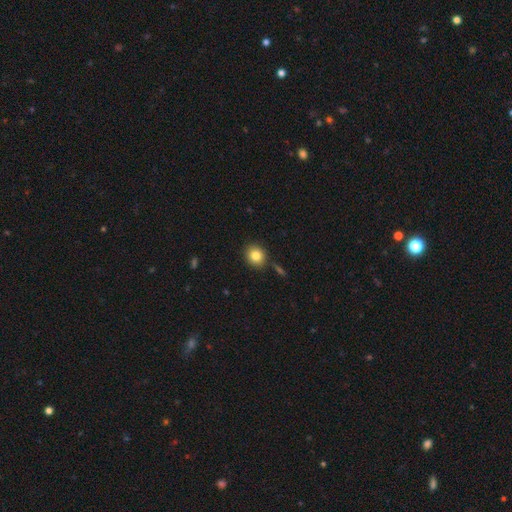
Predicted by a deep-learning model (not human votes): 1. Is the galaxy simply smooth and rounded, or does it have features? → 83% smooth, 10% star or artifact, 7% featured or disk.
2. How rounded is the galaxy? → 77% round, 22% in between, 1% cigar-shaped.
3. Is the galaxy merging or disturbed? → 85% none, 9% minor disturbance, 4% merger, 2% major disturbance.